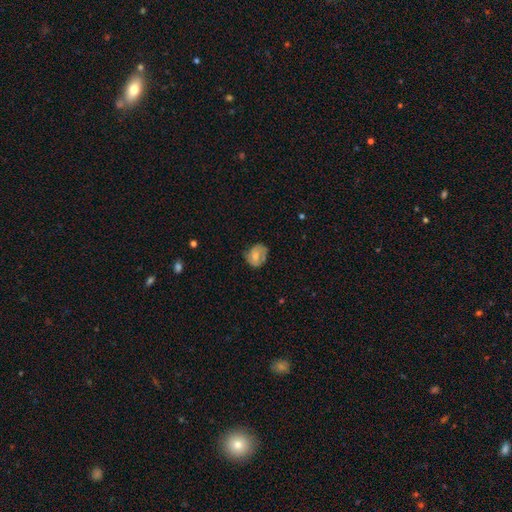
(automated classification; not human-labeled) Smooth or featured?
  - smooth: 53% *
  - featured or disk: 40%
  - star or artifact: 7%
How rounded?
  - round: 55% *
  - in between: 44%
  - cigar-shaped: 1%
Merging?
  - none: 61% *
  - minor disturbance: 27%
  - major disturbance: 10%
  - merger: 2%